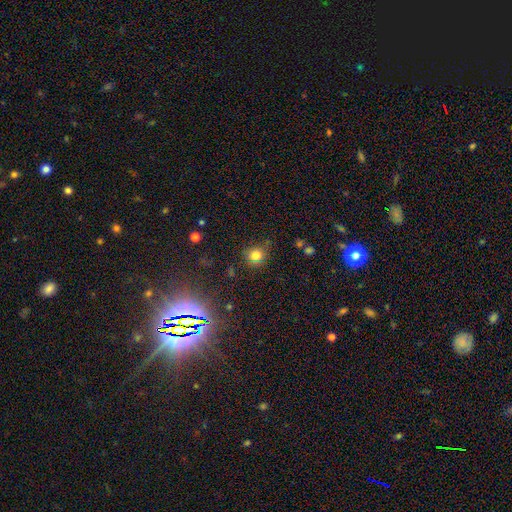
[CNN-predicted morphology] type=smooth (78%); roundness=round (86%); merging=none (74%).